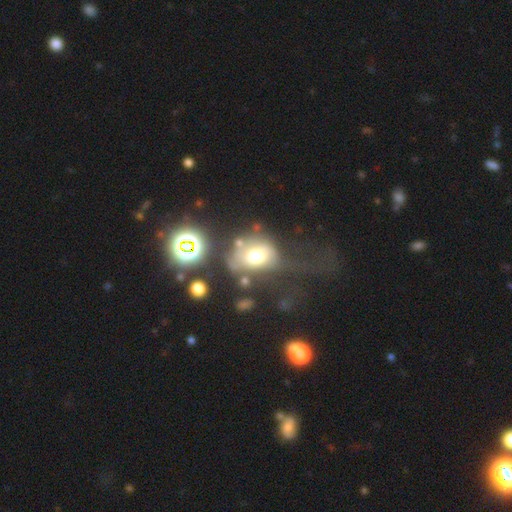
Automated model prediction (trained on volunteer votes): Smooth or featured: smooth — 60% (featured or disk — 25%)
How rounded: in between — 54% (round — 45%)
Merging: major disturbance — 35% (none — 32%)